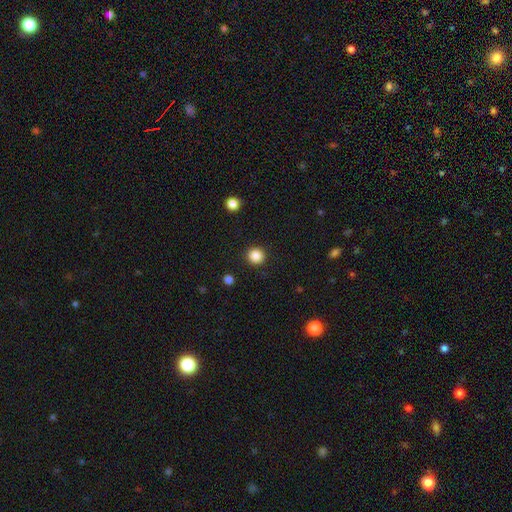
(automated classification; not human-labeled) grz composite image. It shows a smooth galaxy with no disk features (86%) that is round (94%). Merging: none (92%).